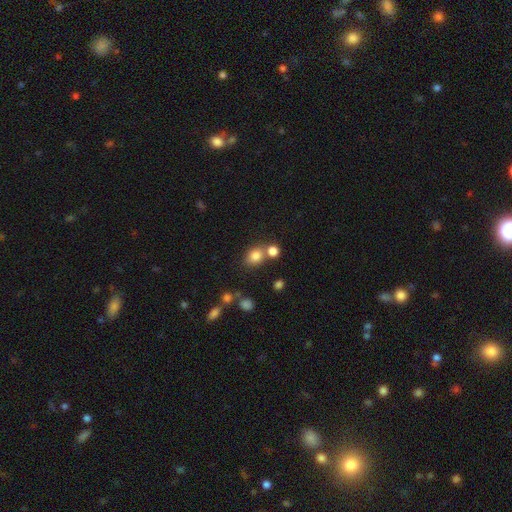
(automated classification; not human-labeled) Morphology: type=smooth (81%); roundness=round (60%); merging=none (60%).